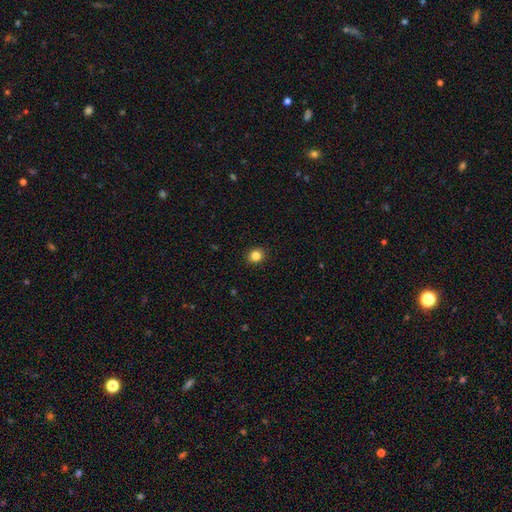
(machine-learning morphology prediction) Smooth or featured?
  - smooth: 85% *
  - star or artifact: 11%
  - featured or disk: 4%
How rounded?
  - round: 80% *
  - in between: 20%
  - cigar-shaped: 1%
Merging?
  - none: 92% *
  - minor disturbance: 6%
  - major disturbance: 2%
  - merger: 1%